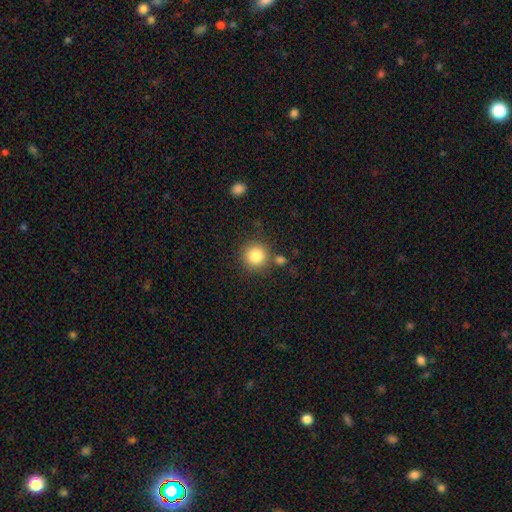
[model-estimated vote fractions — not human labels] This is clearly a smooth galaxy (84%). How rounded: clearly round (93%). Merging: clearly none (80%).